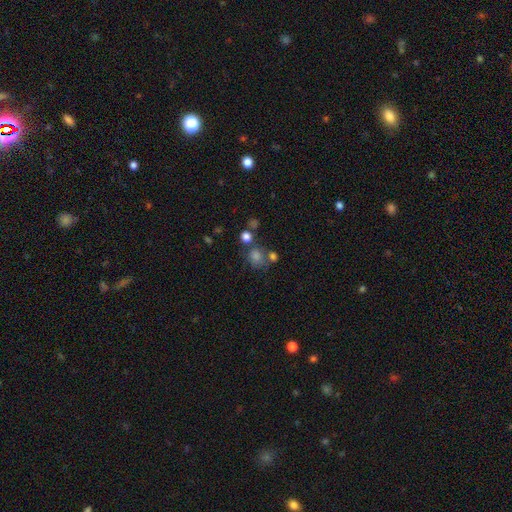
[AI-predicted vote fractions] This appears to be a smooth galaxy with no disk features (62%) that is round (81%). Merging: none (64%).